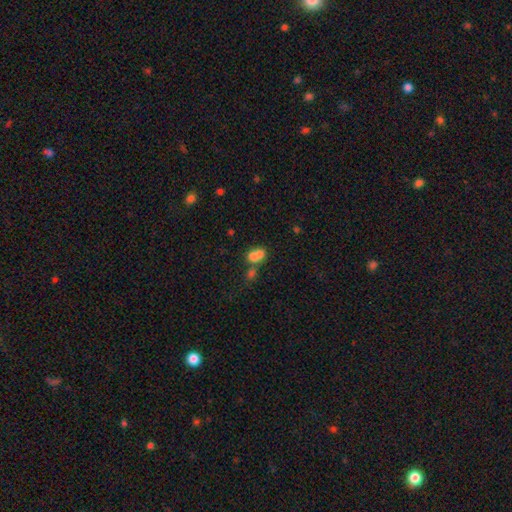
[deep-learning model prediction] smooth 71%, featured or disk 17%, star or artifact 12%. Down the decision tree: how rounded — in between (51%); merging — merger (66%).